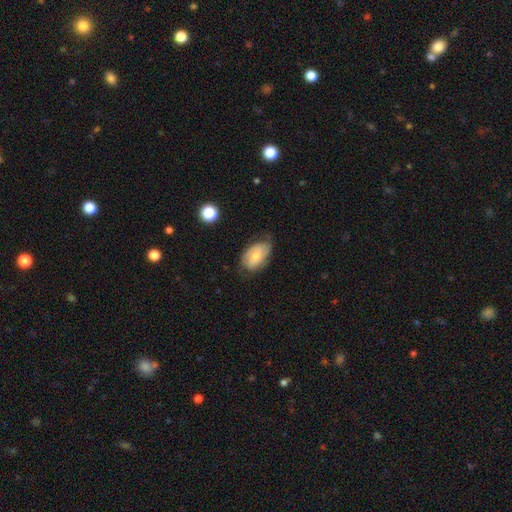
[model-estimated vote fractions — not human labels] smooth 57%, featured or disk 35%, star or artifact 7%. Down the decision tree: how rounded — in between (91%); merging — none (59%).